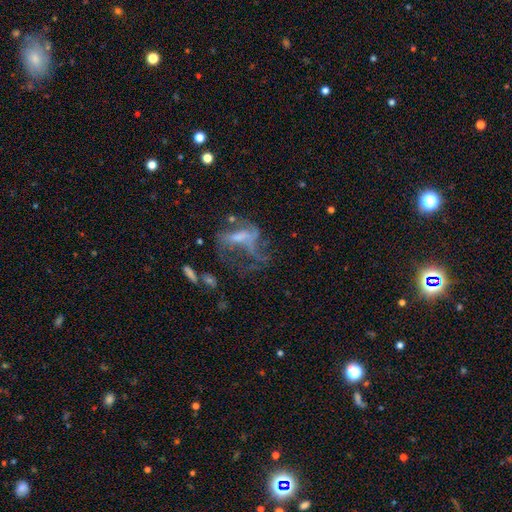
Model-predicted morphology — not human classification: The model was most divided on "merging": major disturbance: 48%, none: 29%, minor disturbance: 14%, merger: 9%. More confident: edge-on disk — no (91%); smooth or featured — featured or disk (55%).